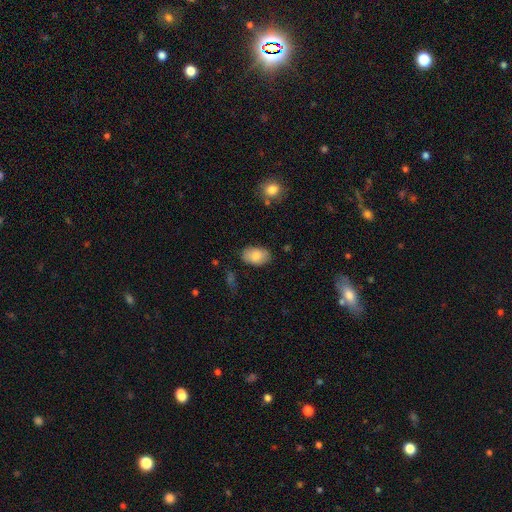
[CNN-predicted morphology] type=smooth (84%); roundness=in between (91%); merging=none (81%).